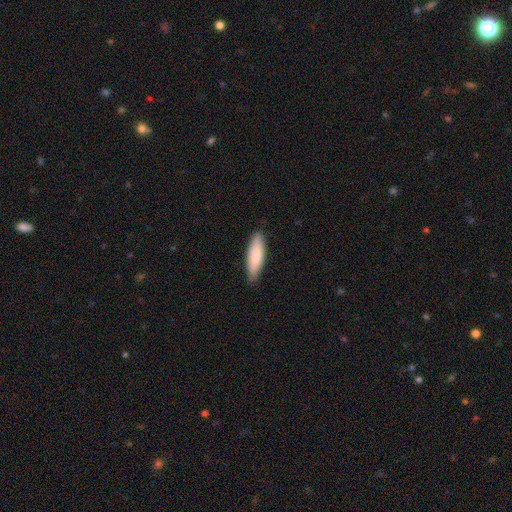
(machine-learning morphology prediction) This is clearly a smooth galaxy (82%). How rounded: possibly cigar-shaped (56%). Merging: clearly none (84%).